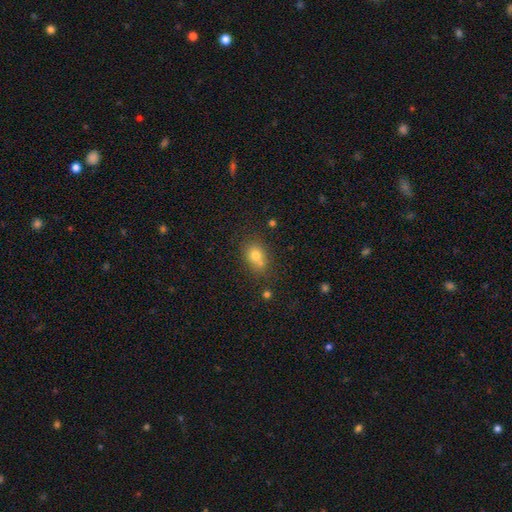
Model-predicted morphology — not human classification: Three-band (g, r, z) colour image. It shows a smooth galaxy with no disk features (72%) that is round (54%). Merging: none (52%).